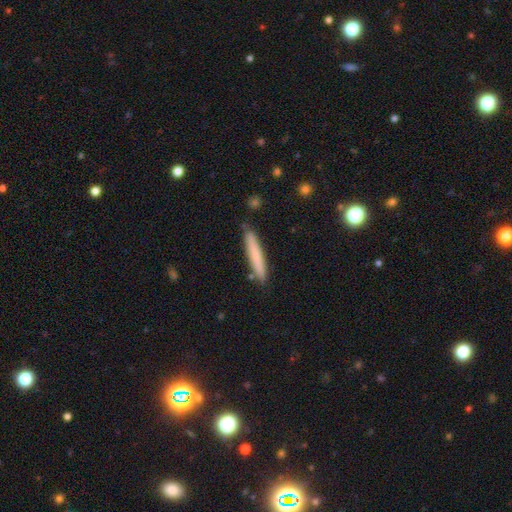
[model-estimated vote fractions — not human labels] This appears to be a smooth galaxy with no disk features (73%) that is cigar-shaped (95%). Merging: none (86%).